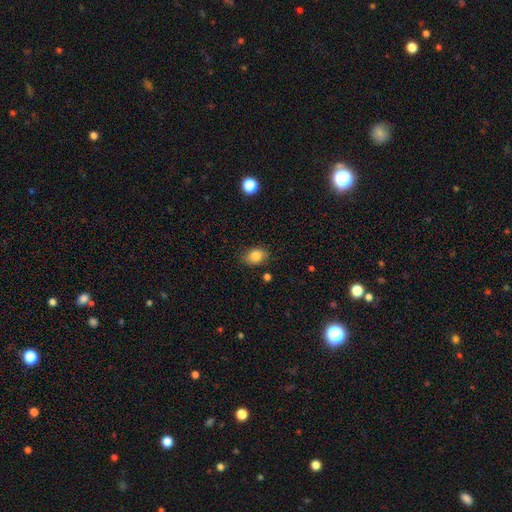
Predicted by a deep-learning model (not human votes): Overall: smooth (82%). How rounded: in between (67%; round 32%). Merging: none (81%).